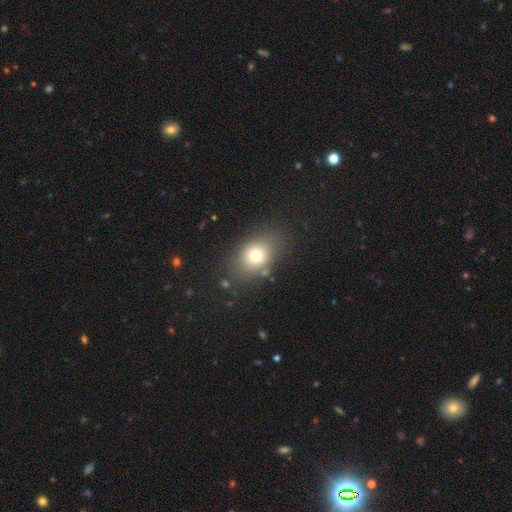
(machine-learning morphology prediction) Smooth or featured?
  - smooth: 75% *
  - featured or disk: 13%
  - star or artifact: 12%
How rounded?
  - in between: 65% *
  - round: 33%
  - cigar-shaped: 1%
Merging?
  - none: 77% *
  - minor disturbance: 14%
  - major disturbance: 6%
  - merger: 3%